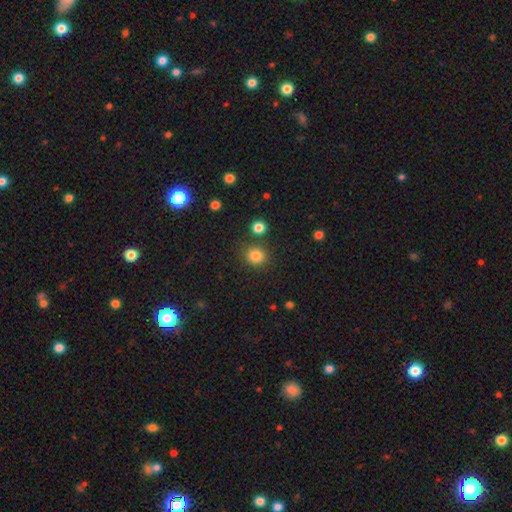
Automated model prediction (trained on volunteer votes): This appears to be a smooth galaxy with no disk features (83%) that is round (85%). Merging: none (83%).